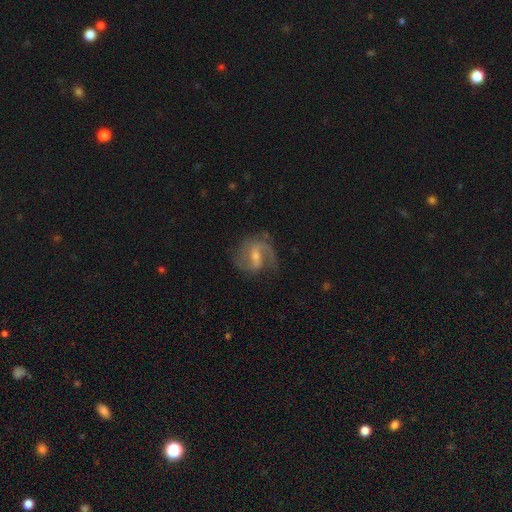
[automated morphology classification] A featured or disk galaxy (84%) with a weak bar (53%), 2 (72%) medium (51%) spiral arms (95%) and a small central bulge (51%). Merging: none (69%).